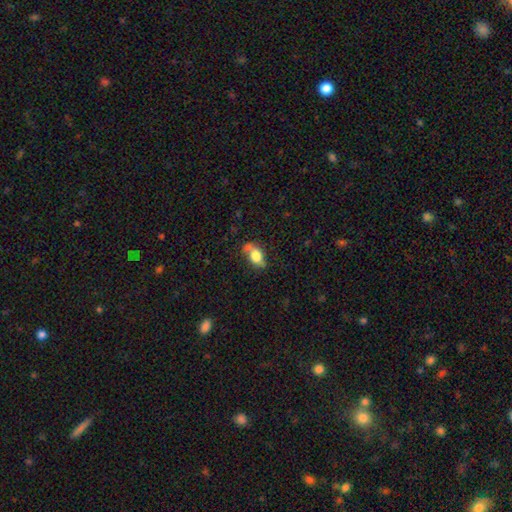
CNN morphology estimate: smooth_or_featured: smooth (p=0.64) [alt: featured or disk p=0.28]
how_rounded: in between (p=0.84) [alt: round p=0.10]
merging: none (p=0.53) [alt: minor disturbance p=0.29]